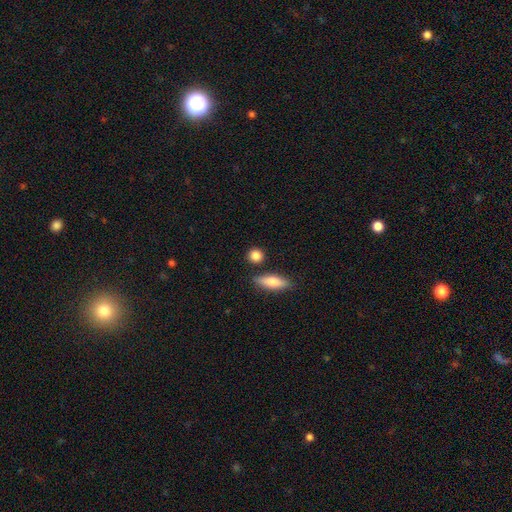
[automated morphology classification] Q: Smooth or featured?
A: smooth (86%); runner-up: star or artifact (8%)
Q: How rounded?
A: round (78%); runner-up: in between (17%)
Q: Merging?
A: none (82%); runner-up: minor disturbance (9%)